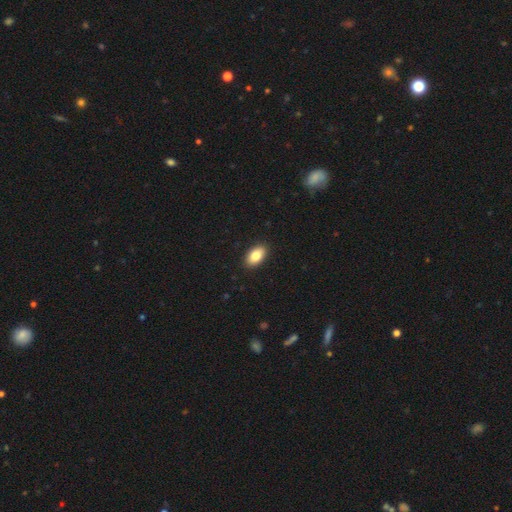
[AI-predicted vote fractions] smooth 83%, featured or disk 10%, star or artifact 7%. Down the decision tree: how rounded — in between (92%); merging — none (91%).